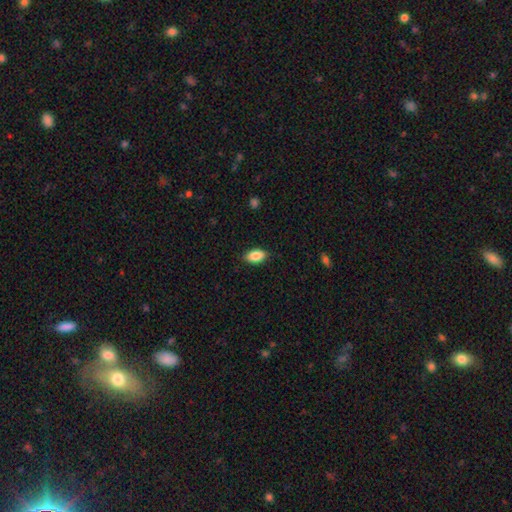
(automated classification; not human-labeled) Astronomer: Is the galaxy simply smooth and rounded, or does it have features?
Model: smooth — 86%.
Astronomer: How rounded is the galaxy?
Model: in between — 92%.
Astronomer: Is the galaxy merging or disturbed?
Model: none — 87%.